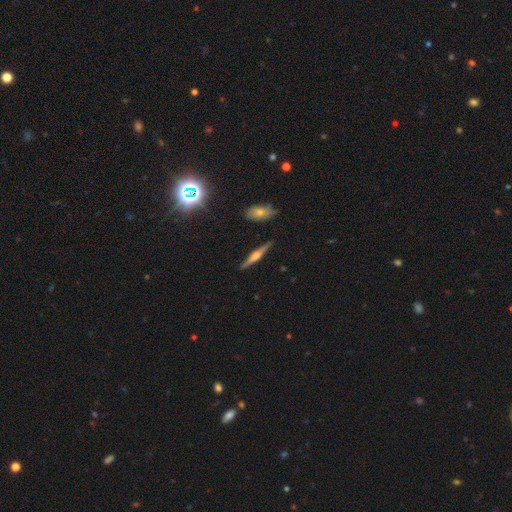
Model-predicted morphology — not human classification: A featured or disk galaxy (72%) viewed edge-on (98%) with a rounded central bulge (84%).

Vote fractions:
- Smooth or featured? featured or disk: 72% / smooth: 22% / star or artifact: 7%
- Edge-on disk? yes: 98% / no: 2%
- Edge-on bulge? rounded: 84% / boxy: 11% / none: 5%
- Merging? none: 90% / minor disturbance: 7% / merger: 2% / major disturbance: 2%